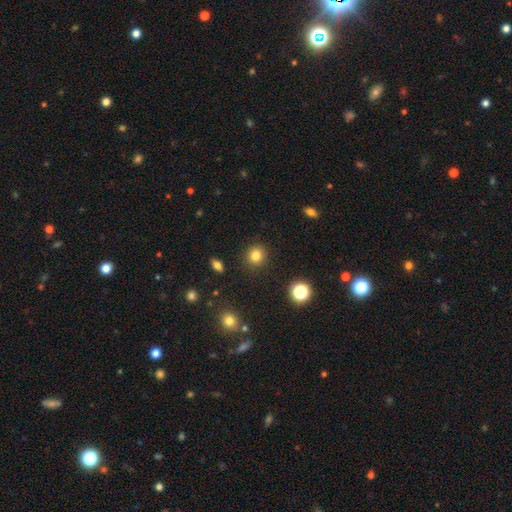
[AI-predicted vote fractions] Morphology: type=smooth (82%); roundness=round (88%); merging=none (90%).